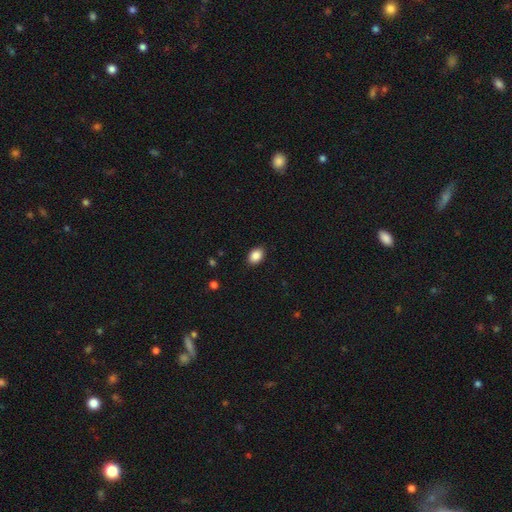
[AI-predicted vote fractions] Smooth or featured? smooth (88%)
How rounded? in between (76%)
Merging? none (89%)